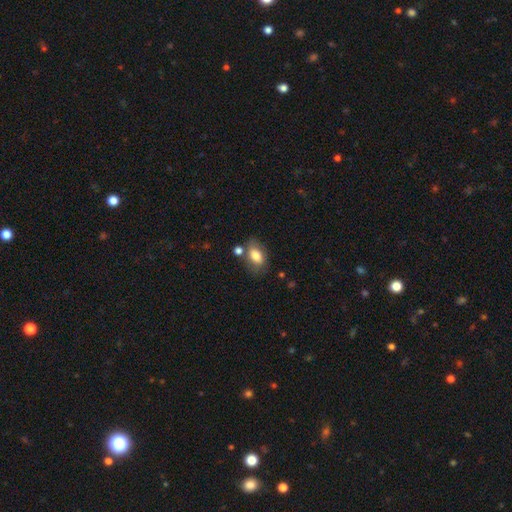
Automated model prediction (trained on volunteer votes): The model was most divided on "merging": none: 62%, minor disturbance: 18%, merger: 13%, major disturbance: 6%. More confident: how rounded — in between (86%); smooth or featured — smooth (78%).